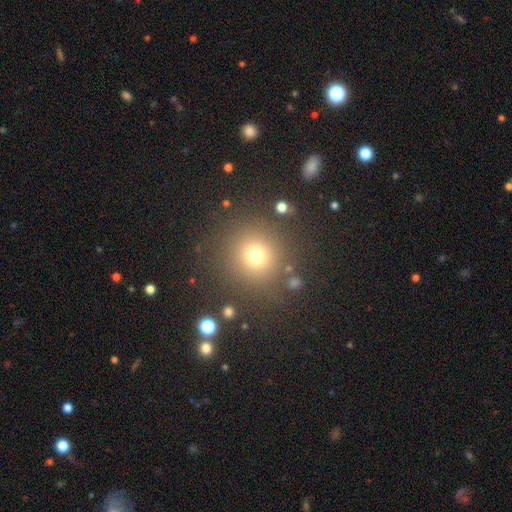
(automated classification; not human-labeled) Smooth or featured: smooth — 72% (star or artifact — 19%)
How rounded: round — 93% (in between — 6%)
Merging: none — 84% (minor disturbance — 8%)